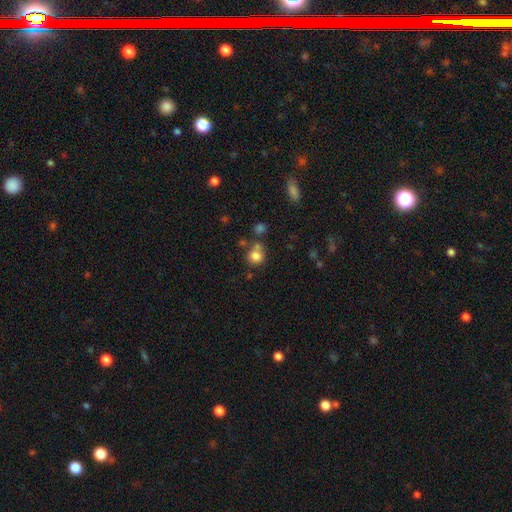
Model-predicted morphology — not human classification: The model was most divided on "merging": none: 58%, merger: 25%, minor disturbance: 12%, major disturbance: 5%. More confident: how rounded — round (81%); smooth or featured — smooth (80%).